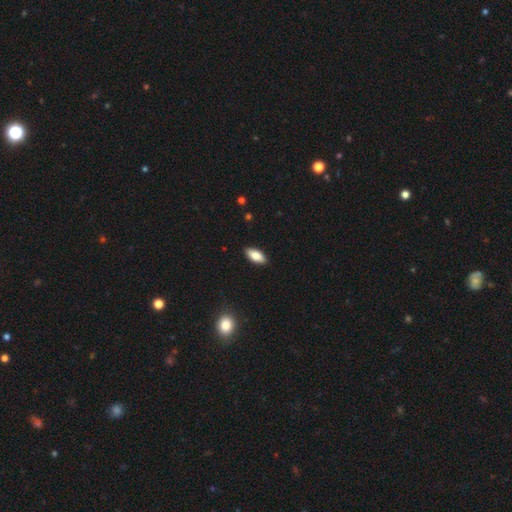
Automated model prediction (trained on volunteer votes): A smooth galaxy with no disk features (82%) that is in between round and cigar-shaped (86%).

Vote fractions:
- Smooth or featured? smooth: 82% / featured or disk: 12% / star or artifact: 6%
- How rounded? in between: 86% / cigar-shaped: 12% / round: 2%
- Merging? none: 89% / minor disturbance: 8% / major disturbance: 2% / merger: 1%